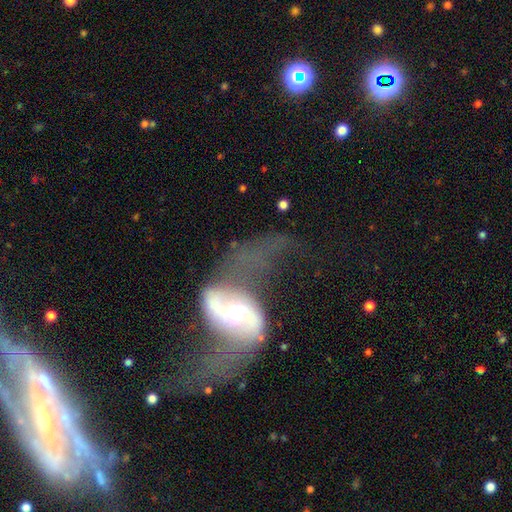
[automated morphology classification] A featured or disk galaxy (85%) with a weak bar (35%), 2 (92%) loose (81%) spiral arms (89%) and a moderate central bulge (61%). Merging: none (47%).